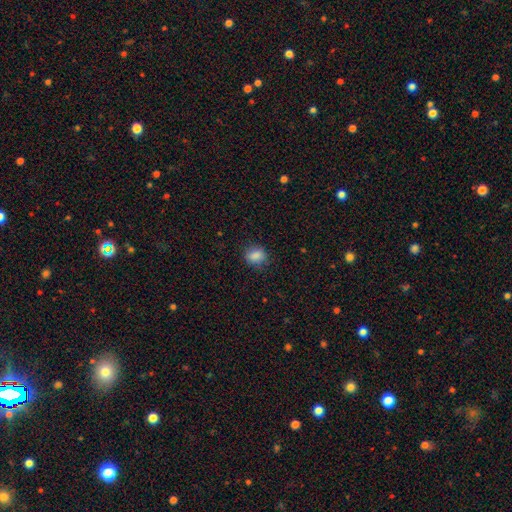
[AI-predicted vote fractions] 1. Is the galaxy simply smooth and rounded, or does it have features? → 86% smooth, 9% star or artifact, 5% featured or disk.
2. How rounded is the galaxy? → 56% round, 43% in between, 1% cigar-shaped.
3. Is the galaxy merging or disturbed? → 80% none, 15% minor disturbance, 4% major disturbance, 1% merger.